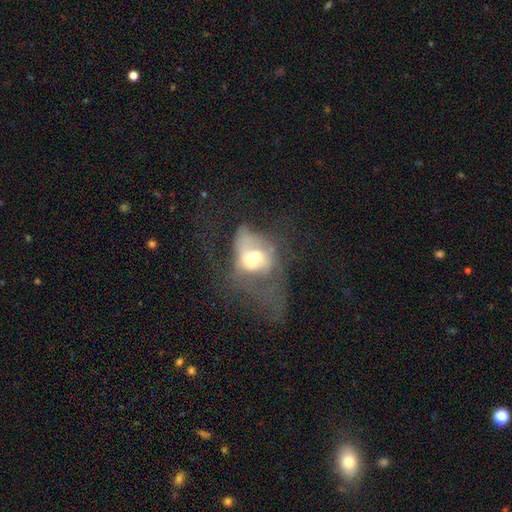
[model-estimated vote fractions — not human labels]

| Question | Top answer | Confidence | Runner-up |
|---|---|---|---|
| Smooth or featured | featured or disk | 49% | smooth (39%) |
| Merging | merger | 42% | major disturbance (36%) |